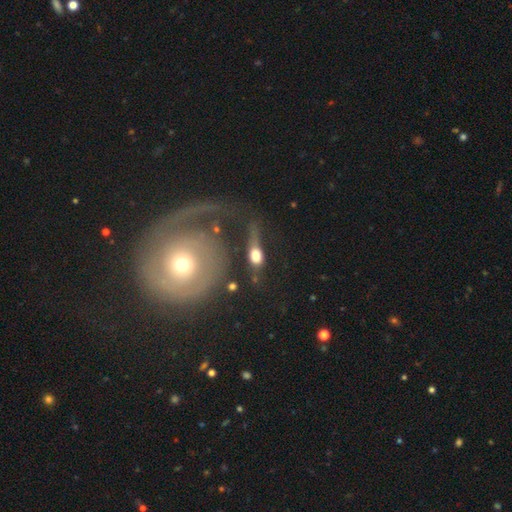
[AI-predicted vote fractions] Smooth or featured?
  - smooth: 61% *
  - featured or disk: 29%
  - star or artifact: 10%
How rounded?
  - in between: 65% *
  - round: 22%
  - cigar-shaped: 13%
Merging?
  - major disturbance: 32% *
  - none: 31%
  - minor disturbance: 23%
  - merger: 15%